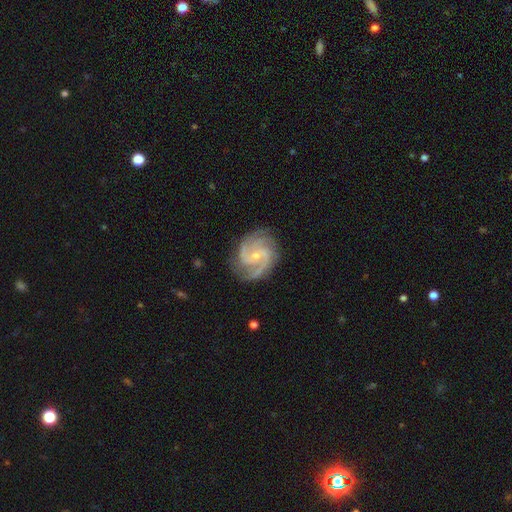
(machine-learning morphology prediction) A featured or disk galaxy (91%) with no bar (47%), 3 (38%) medium (52%) spiral arms (98%) and a small central bulge (73%).

Vote fractions:
- Smooth or featured? featured or disk: 91% / smooth: 4% / star or artifact: 4%
- Edge-on disk? no: 98% / yes: 2%
- Bar? no: 47% / weak: 43% / strong: 10%
- Spiral arms? yes: 98% / no: 2%
- Spiral winding? medium: 52% / tight: 38% / loose: 10%
- Spiral arm count? 3: 38% / 2: 35% / can't tell: 9% / 4: 8% / 1: 5% / more than 4: 5%
- Bulge size? small: 73% / moderate: 23% / none: 2% / large: 1% / dominant: 1%
- Merging? none: 79% / minor disturbance: 15% / major disturbance: 5% / merger: 1%